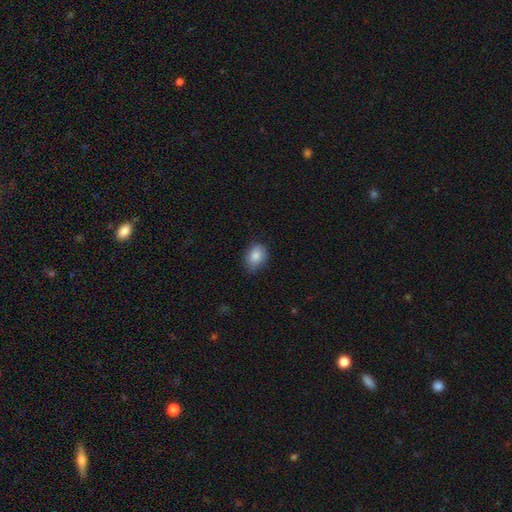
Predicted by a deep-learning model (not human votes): smooth-or-featured: smooth: 86% | star or artifact: 8% | featured or disk: 6%
  how-rounded: in between: 72% | round: 27% | cigar-shaped: 1%
  merging: none: 74% | minor disturbance: 21% | major disturbance: 4% | merger: 1%